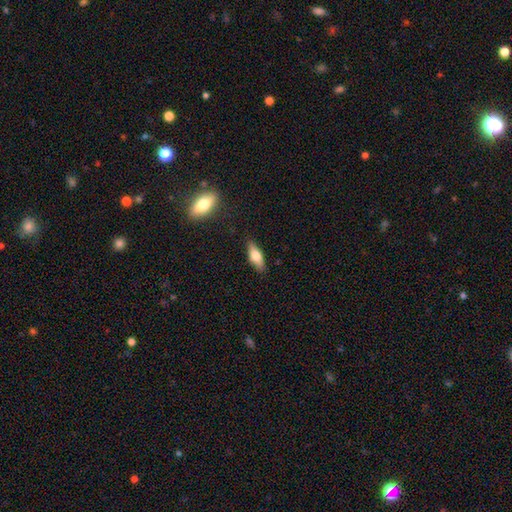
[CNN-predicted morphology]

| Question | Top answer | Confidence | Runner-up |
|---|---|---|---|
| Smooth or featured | smooth | 66% | featured or disk (27%) |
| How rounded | in between | 63% | cigar-shaped (34%) |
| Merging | none | 85% | minor disturbance (11%) |